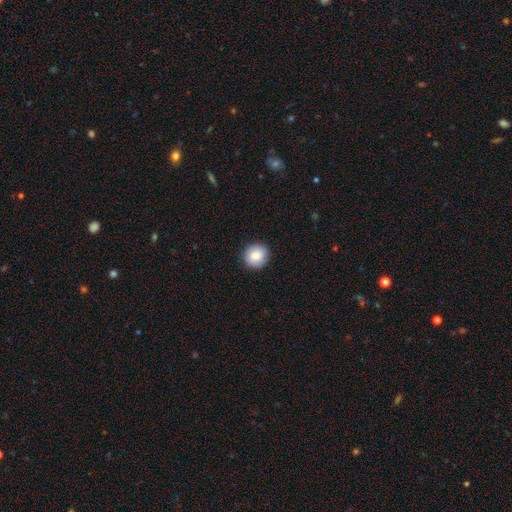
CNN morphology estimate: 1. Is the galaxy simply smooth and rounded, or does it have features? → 85% smooth, 8% star or artifact, 7% featured or disk.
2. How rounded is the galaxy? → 92% round, 7% in between, 1% cigar-shaped.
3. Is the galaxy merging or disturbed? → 90% none, 7% minor disturbance, 2% major disturbance, 1% merger.